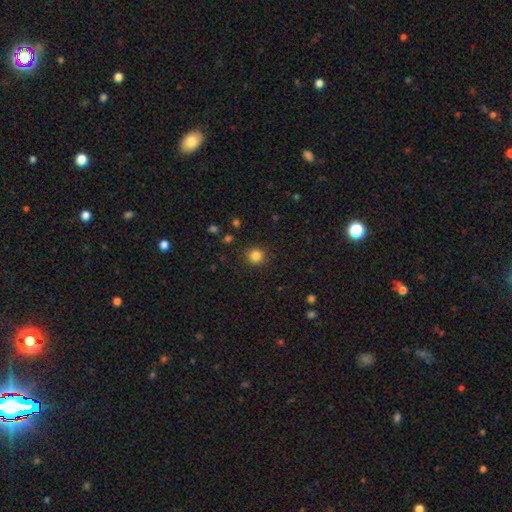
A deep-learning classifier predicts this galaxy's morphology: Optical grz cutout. It shows a smooth galaxy with no disk features (83%) that is round (93%). Merging: none (90%).